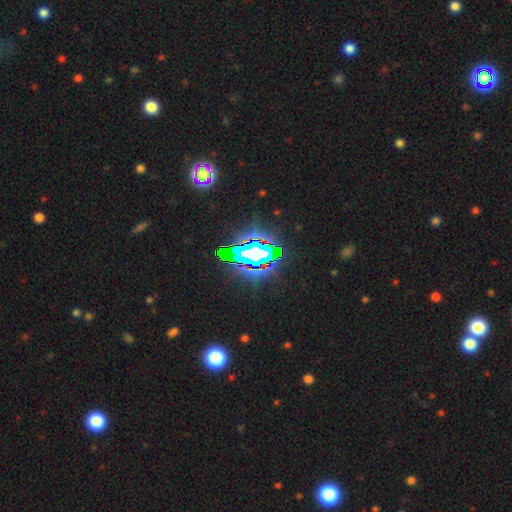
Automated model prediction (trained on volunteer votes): A star or artifact, not a galaxy (73%).

Vote fractions:
- Smooth or featured? star or artifact: 73% / featured or disk: 14% / smooth: 13%